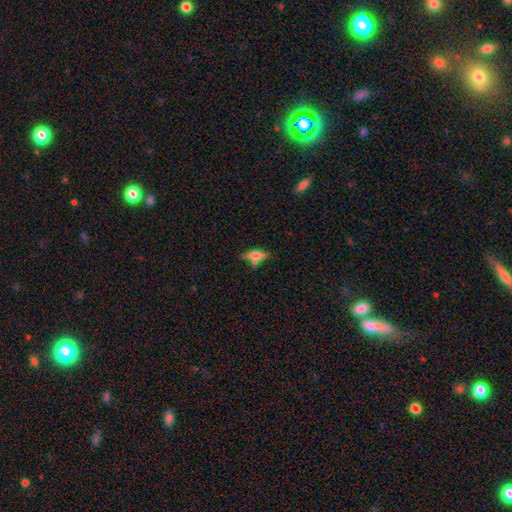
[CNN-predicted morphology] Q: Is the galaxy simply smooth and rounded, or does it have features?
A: smooth — 50%.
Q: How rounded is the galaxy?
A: cigar-shaped — 59%.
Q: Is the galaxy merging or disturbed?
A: none — 58%.